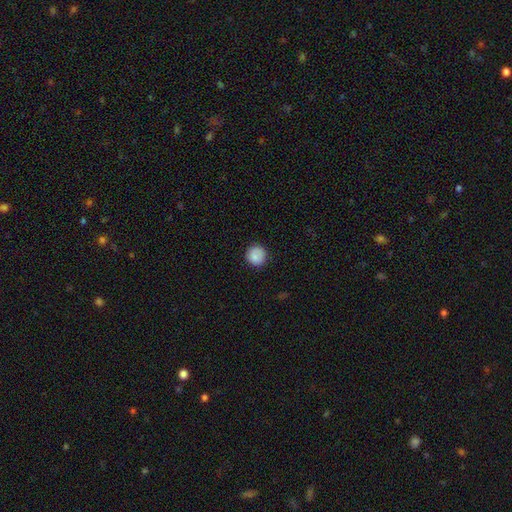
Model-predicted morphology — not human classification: Overall: smooth (87%). How rounded: round (93%). Merging: none (88%).